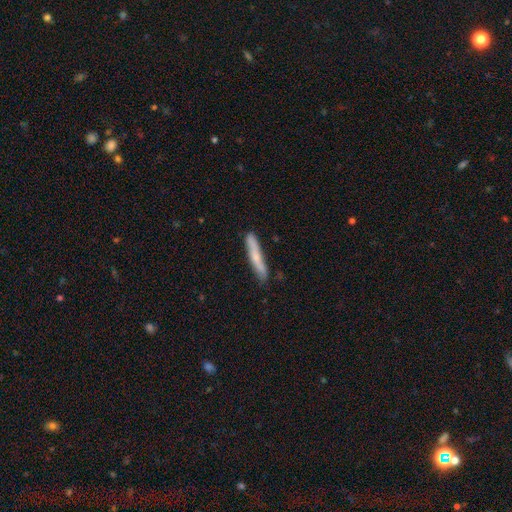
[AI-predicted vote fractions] Smooth or featured? smooth (61%)
How rounded? cigar-shaped (94%)
Merging? none (83%)